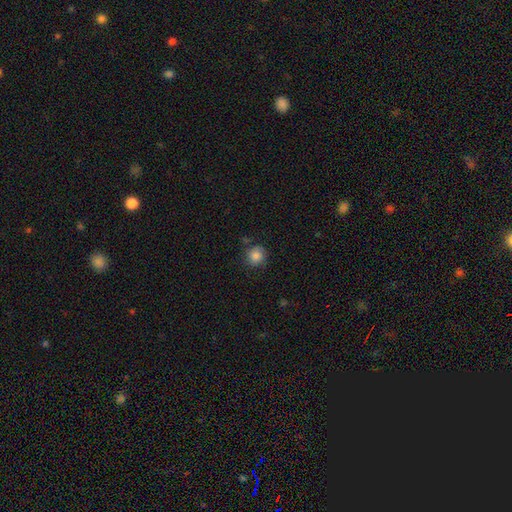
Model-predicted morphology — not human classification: Smooth or featured?
  - smooth: 83% *
  - star or artifact: 10%
  - featured or disk: 7%
How rounded?
  - round: 91% *
  - in between: 8%
  - cigar-shaped: 1%
Merging?
  - none: 78% *
  - minor disturbance: 15%
  - major disturbance: 3%
  - merger: 3%